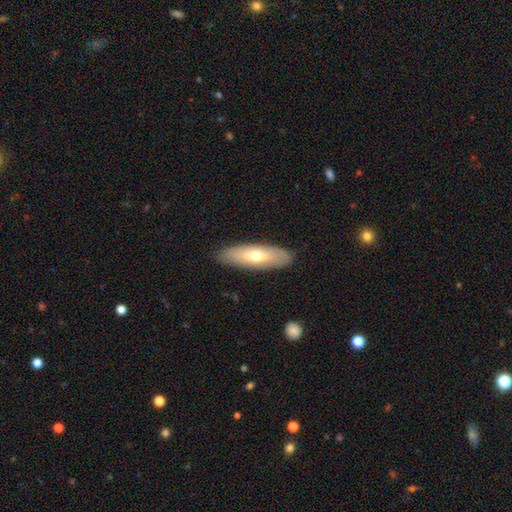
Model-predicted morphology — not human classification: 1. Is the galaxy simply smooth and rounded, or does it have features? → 58% smooth, 37% featured or disk, 6% star or artifact.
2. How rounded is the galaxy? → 52% in between, 46% cigar-shaped, 2% round.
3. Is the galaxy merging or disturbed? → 87% none, 9% minor disturbance, 2% major disturbance, 1% merger.